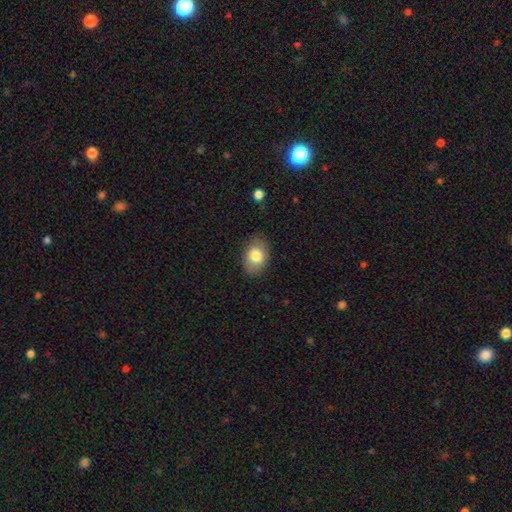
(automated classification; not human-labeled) A smooth galaxy with no disk features (79%) that is in between round and cigar-shaped (81%). Merging: none (82%).